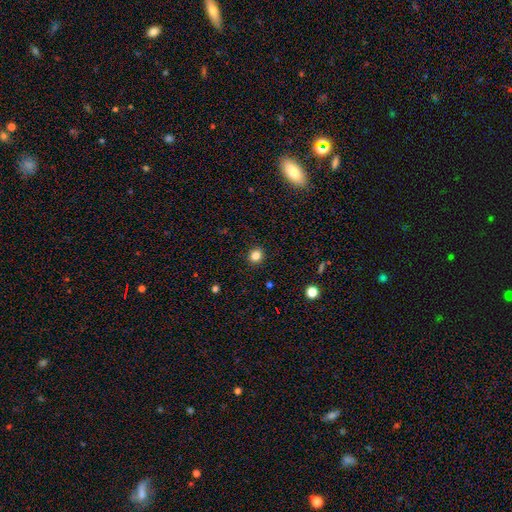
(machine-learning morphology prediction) The model was most divided on "smooth or featured": smooth: 83%, star or artifact: 12%, featured or disk: 5%. More confident: merging — none (92%); how rounded — round (85%).